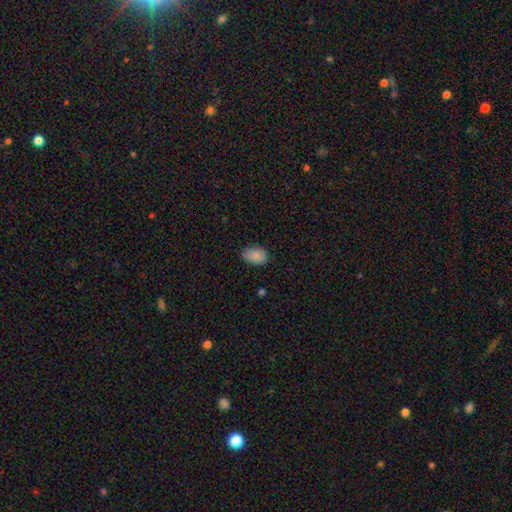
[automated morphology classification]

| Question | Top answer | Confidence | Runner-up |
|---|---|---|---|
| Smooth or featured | smooth | 88% | star or artifact (8%) |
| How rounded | in between | 87% | round (12%) |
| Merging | none | 80% | minor disturbance (16%) |